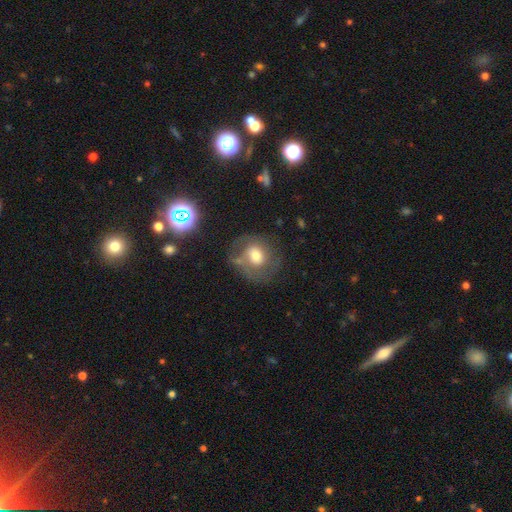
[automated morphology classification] This is possibly a smooth galaxy (50%). Merging: possibly none (56%).